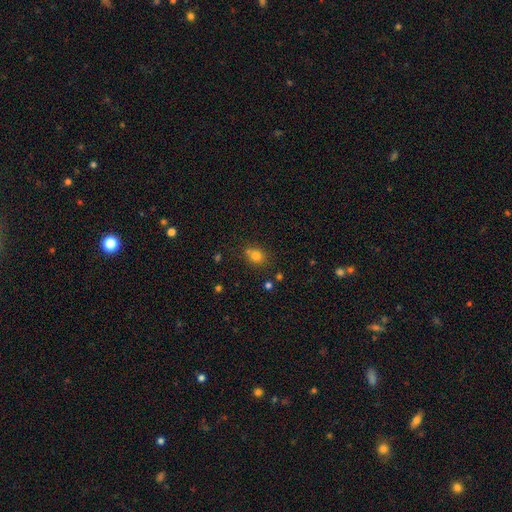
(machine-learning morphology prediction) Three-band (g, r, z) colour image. It shows a smooth galaxy with no disk features (77%) that is round (66%). Merging: none (67%).